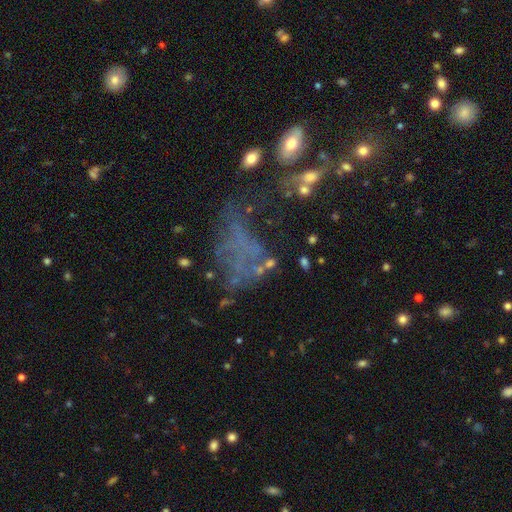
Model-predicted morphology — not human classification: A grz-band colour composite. It shows a featured or disk galaxy (38%). Merging: major disturbance (41%).